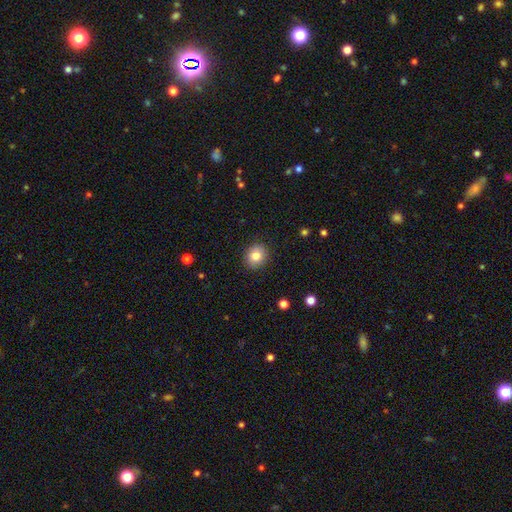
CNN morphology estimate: smooth-or-featured: smooth: 82% | star or artifact: 10% | featured or disk: 9%
  how-rounded: round: 73% | in between: 26% | cigar-shaped: 1%
  merging: none: 89% | minor disturbance: 7% | major disturbance: 2% | merger: 1%